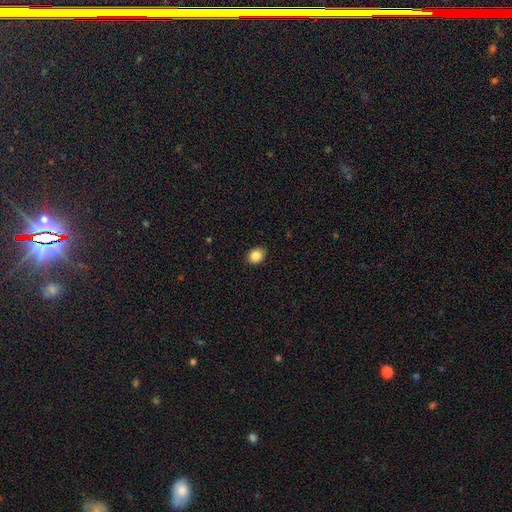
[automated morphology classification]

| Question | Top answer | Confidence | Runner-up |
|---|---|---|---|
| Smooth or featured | smooth | 87% | star or artifact (9%) |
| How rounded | round | 60% | in between (39%) |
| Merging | none | 90% | minor disturbance (7%) |